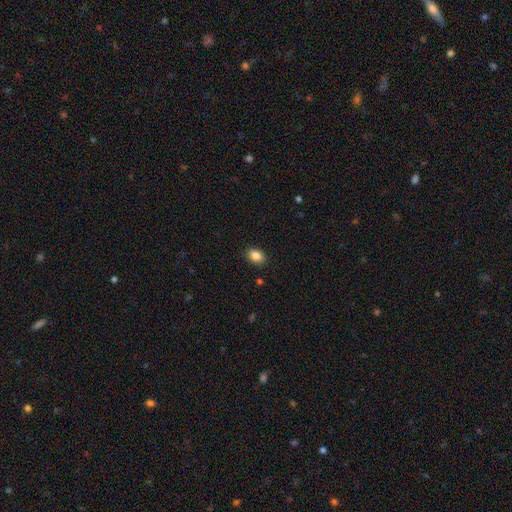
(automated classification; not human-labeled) smooth 86%, star or artifact 9%, featured or disk 5%. Down the decision tree: how rounded — in between (75%); merging — none (89%).